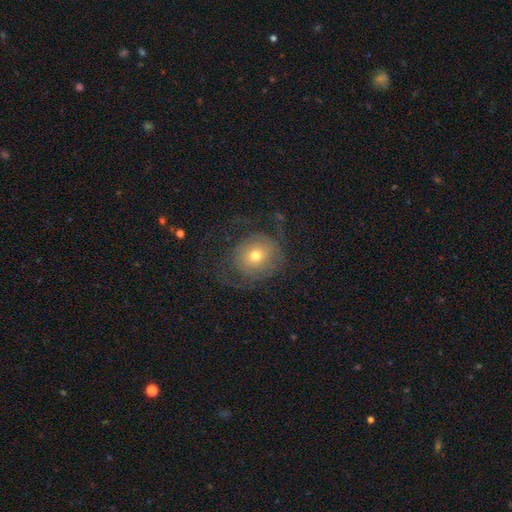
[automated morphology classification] The model was most divided on "smooth or featured": featured or disk: 52%, smooth: 38%, star or artifact: 10%. More confident: edge-on disk — no (96%); merging — none (55%).